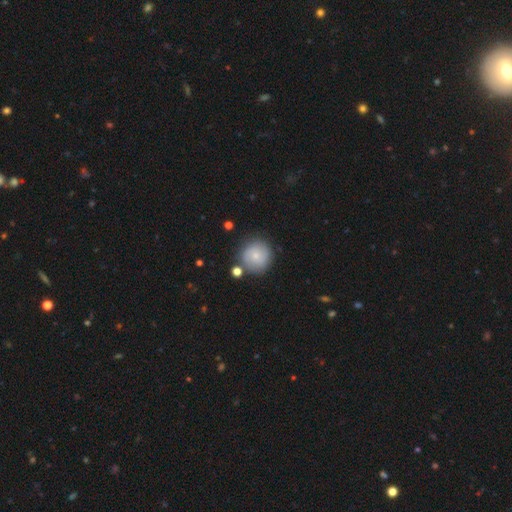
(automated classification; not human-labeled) The model was most divided on "smooth or featured": smooth: 58%, featured or disk: 34%, star or artifact: 8%. More confident: how rounded — round (93%); merging — none (78%).